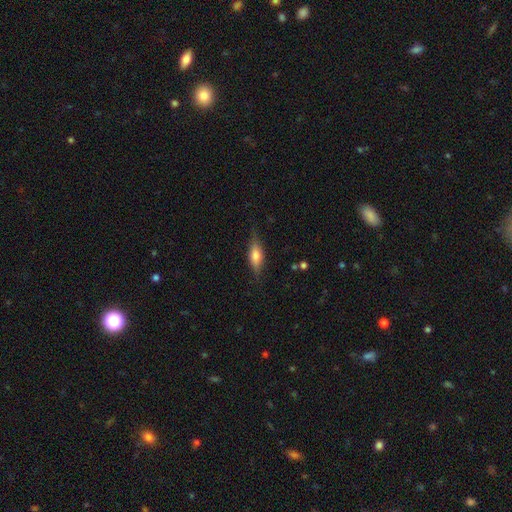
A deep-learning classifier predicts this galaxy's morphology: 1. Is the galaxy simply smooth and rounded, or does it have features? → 56% smooth, 37% featured or disk, 7% star or artifact.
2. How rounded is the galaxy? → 60% in between, 37% cigar-shaped, 4% round.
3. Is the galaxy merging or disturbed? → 78% none, 17% minor disturbance, 4% major disturbance, 1% merger.